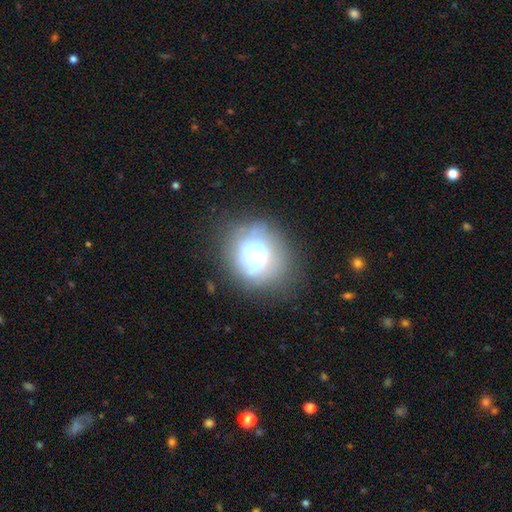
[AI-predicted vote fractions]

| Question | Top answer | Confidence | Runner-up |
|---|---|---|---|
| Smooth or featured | featured or disk | 43% | tied: smooth (43%) |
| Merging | none | 49% | minor disturbance (20%) |